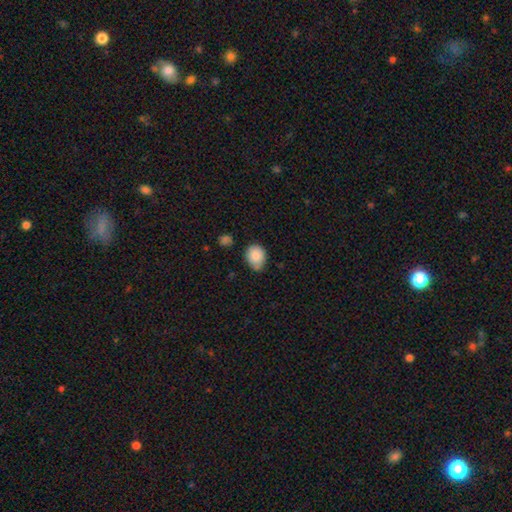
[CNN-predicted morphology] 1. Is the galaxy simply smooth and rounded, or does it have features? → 87% smooth, 8% star or artifact, 5% featured or disk.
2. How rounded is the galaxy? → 52% round, 48% in between, 1% cigar-shaped.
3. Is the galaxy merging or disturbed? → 64% none, 28% minor disturbance, 4% major disturbance, 4% merger.